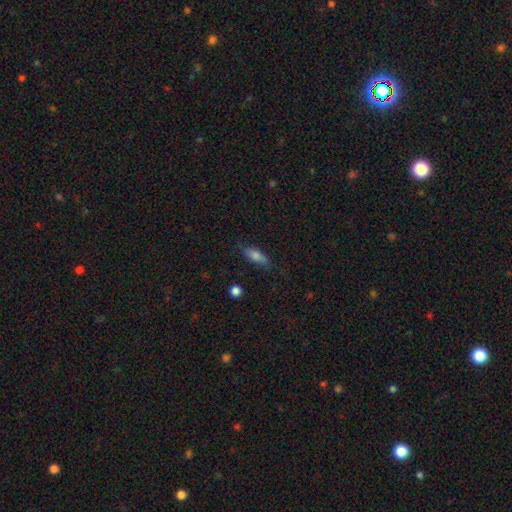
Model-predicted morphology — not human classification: smooth-or-featured: smooth: 77% | featured or disk: 15% | star or artifact: 8%
  how-rounded: in between: 64% | cigar-shaped: 33% | round: 3%
  merging: none: 72% | minor disturbance: 21% | major disturbance: 5% | merger: 2%